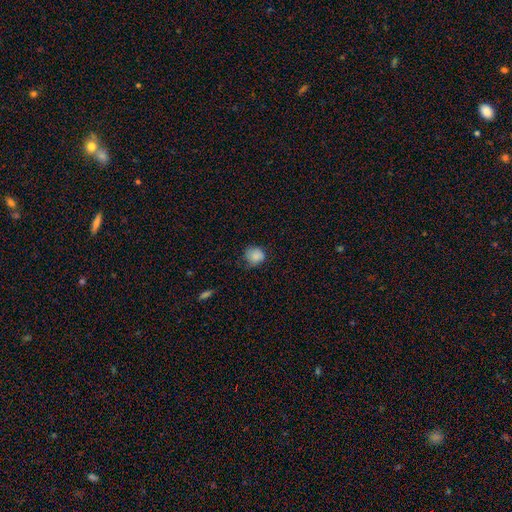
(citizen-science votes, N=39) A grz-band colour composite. It shows a smooth galaxy with no disk features (87%) that is round (79%). Merging: none (56%).